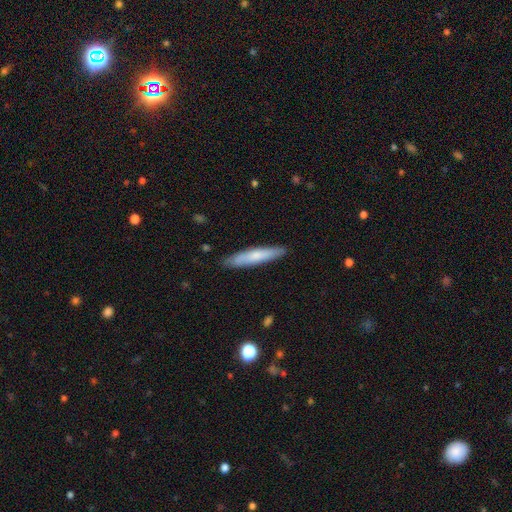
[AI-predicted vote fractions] Smooth or featured? Predicted: smooth (p=0.66). How rounded? Predicted: cigar-shaped (p=0.91). Merging? Predicted: none (p=0.89).